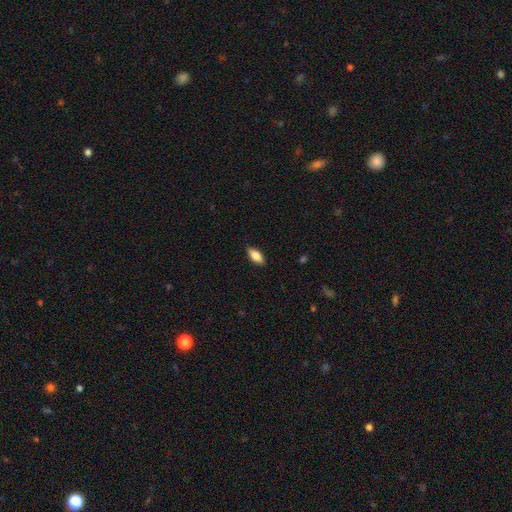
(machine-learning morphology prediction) type=smooth (85%); roundness=in between (87%); merging=none (87%).